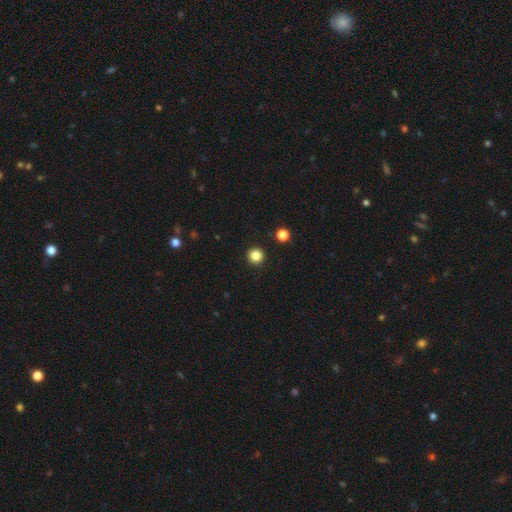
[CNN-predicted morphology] Overall: smooth (84%). How rounded: round (95%). Merging: none (93%).